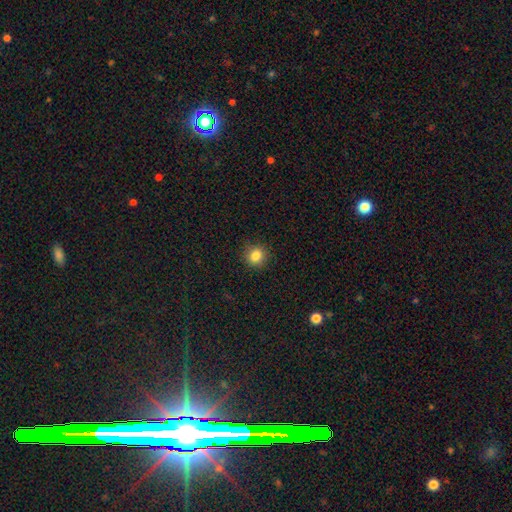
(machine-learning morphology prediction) Smooth or featured? smooth (84%)
How rounded? round (90%)
Merging? none (91%)